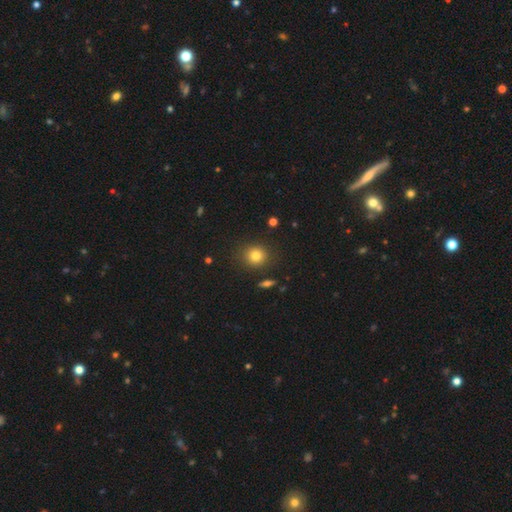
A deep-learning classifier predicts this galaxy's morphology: Smooth or featured? smooth (81%)
How rounded? round (84%)
Merging? none (87%)